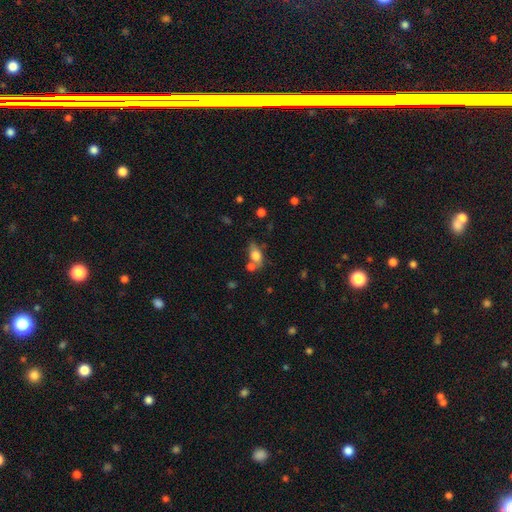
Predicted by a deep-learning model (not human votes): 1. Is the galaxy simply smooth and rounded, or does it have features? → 76% smooth, 15% featured or disk, 9% star or artifact.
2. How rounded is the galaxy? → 81% in between, 15% round, 5% cigar-shaped.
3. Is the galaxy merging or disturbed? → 50% none, 25% merger, 18% minor disturbance, 7% major disturbance.